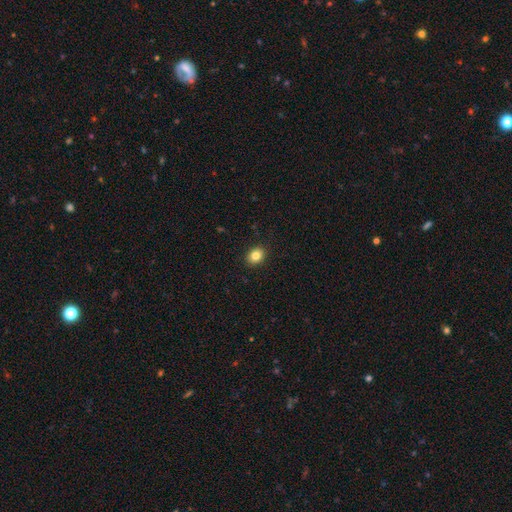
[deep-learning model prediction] The model was most divided on "how rounded": in between: 56%, round: 44%, cigar-shaped: 1%. More confident: merging — none (90%); smooth or featured — smooth (84%).